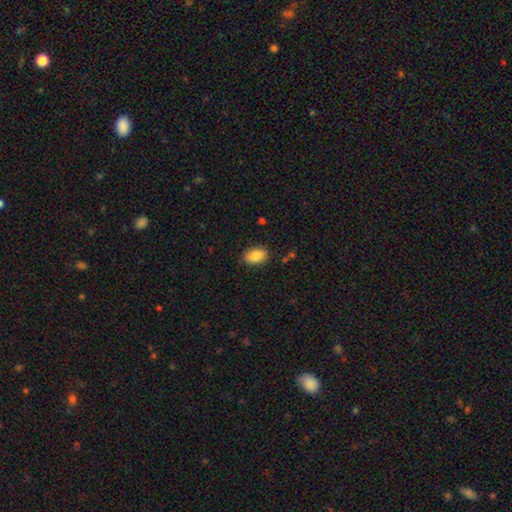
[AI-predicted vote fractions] smooth-or-featured: smooth: 85% | star or artifact: 7% | featured or disk: 7%
  how-rounded: in between: 89% | round: 10% | cigar-shaped: 1%
  merging: none: 85% | minor disturbance: 12% | major disturbance: 2% | merger: 1%